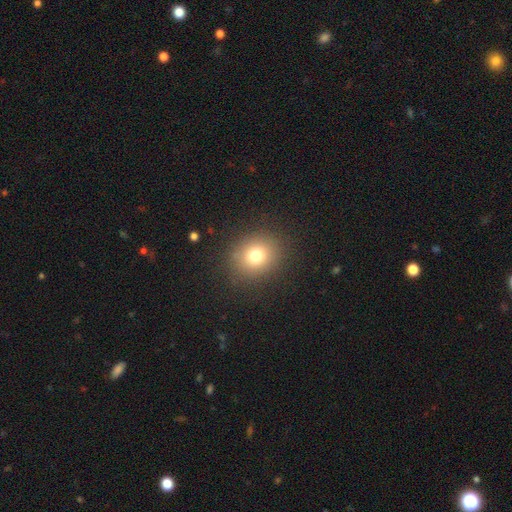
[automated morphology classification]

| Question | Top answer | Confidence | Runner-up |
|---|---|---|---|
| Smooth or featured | smooth | 75% | star or artifact (15%) |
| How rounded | round | 75% | in between (24%) |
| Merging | none | 87% | minor disturbance (8%) |